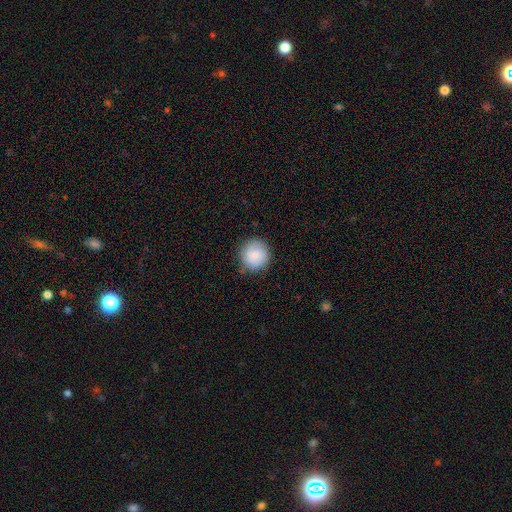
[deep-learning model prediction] smooth-or-featured: smooth: 80% | featured or disk: 13% | star or artifact: 7%
  how-rounded: round: 94% | in between: 5% | cigar-shaped: 1%
  merging: none: 85% | minor disturbance: 11% | major disturbance: 3% | merger: 1%